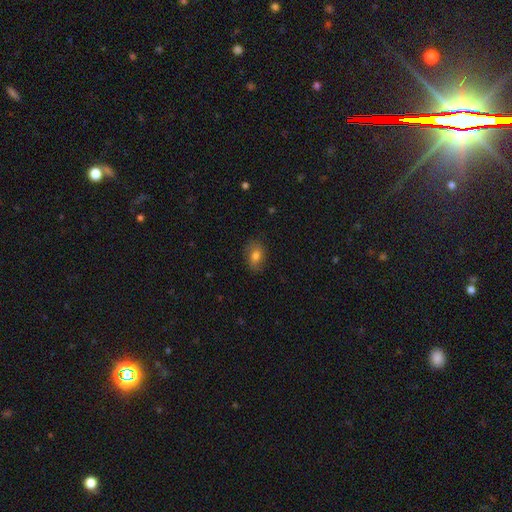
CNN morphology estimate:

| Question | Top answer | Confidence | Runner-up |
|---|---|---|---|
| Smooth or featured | smooth | 76% | featured or disk (14%) |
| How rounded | in between | 78% | round (20%) |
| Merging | none | 82% | minor disturbance (14%) |